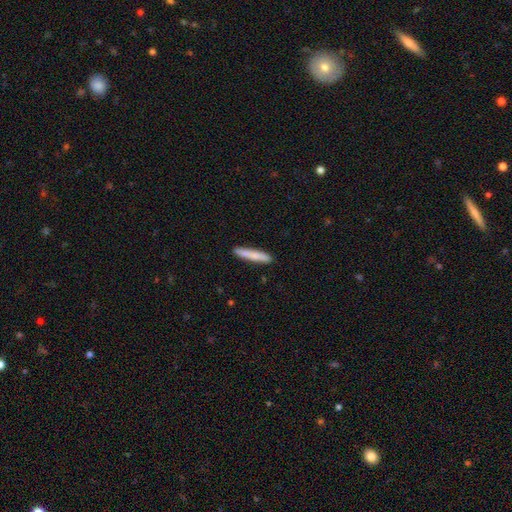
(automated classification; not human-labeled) smooth 79%, featured or disk 16%, star or artifact 5%. Down the decision tree: how rounded — cigar-shaped (94%); merging — none (89%).